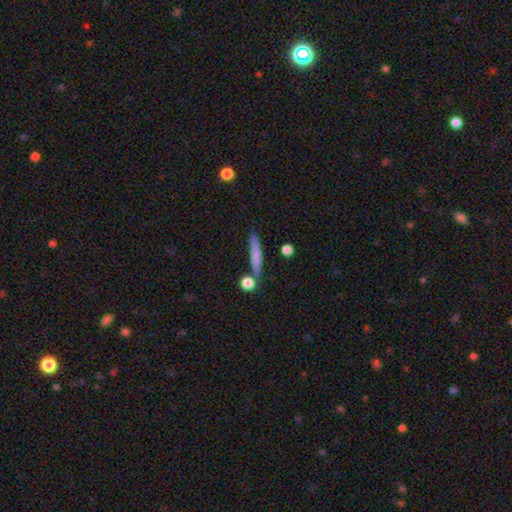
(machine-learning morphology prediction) smooth_or_featured: smooth (p=0.71) [alt: featured or disk p=0.22]
how_rounded: cigar-shaped (p=0.90) [alt: in between p=0.07]
merging: none (p=0.76) [alt: minor disturbance p=0.12]